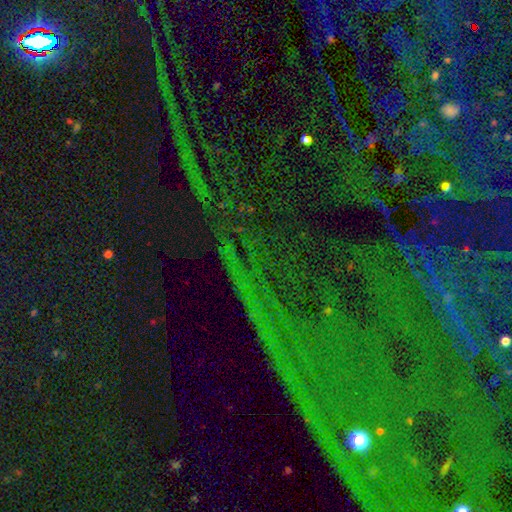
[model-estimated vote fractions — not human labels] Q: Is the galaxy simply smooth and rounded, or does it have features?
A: star or artifact — 82%.